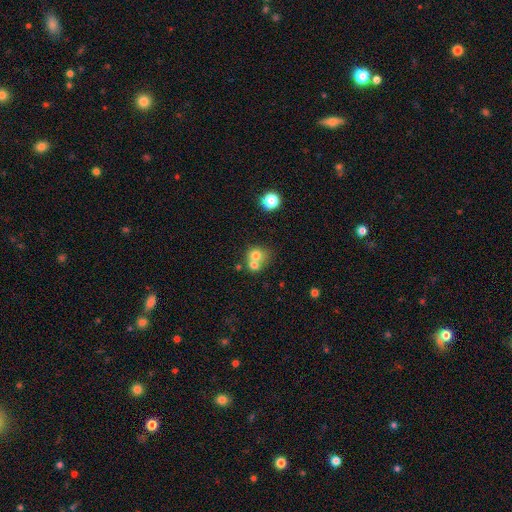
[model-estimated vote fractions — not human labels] smooth-or-featured: smooth: 70% | featured or disk: 18% | star or artifact: 12%
  how-rounded: round: 77% | in between: 22% | cigar-shaped: 1%
  merging: merger: 58% | none: 33% | minor disturbance: 6% | major disturbance: 3%